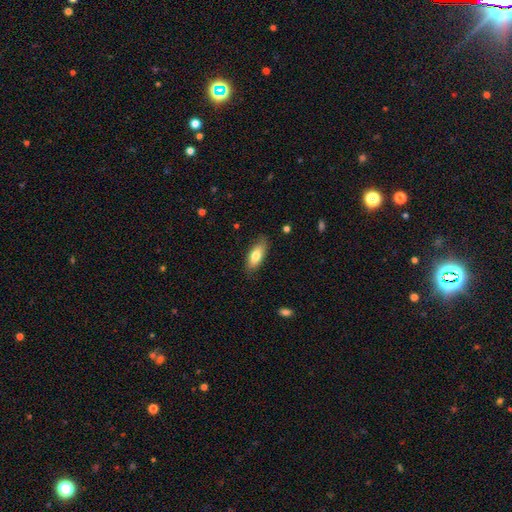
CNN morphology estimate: A smooth galaxy with no disk features (76%) that is in between round and cigar-shaped (74%).

Vote fractions:
- Smooth or featured? smooth: 76% / featured or disk: 17% / star or artifact: 6%
- How rounded? in between: 74% / cigar-shaped: 24% / round: 2%
- Merging? none: 83% / minor disturbance: 13% / major disturbance: 3% / merger: 1%